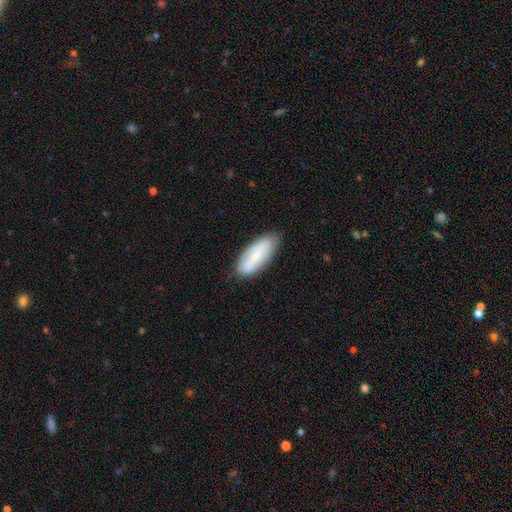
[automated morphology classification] smooth 61%, featured or disk 33%, star or artifact 6%. Down the decision tree: how rounded — in between (73%); merging — none (82%).